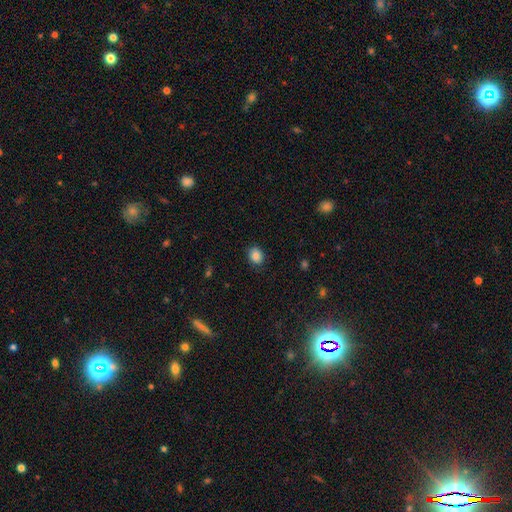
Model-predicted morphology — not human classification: smooth_or_featured: smooth (p=0.85) [alt: star or artifact p=0.10]
how_rounded: round (p=0.54) [alt: in between p=0.45]
merging: none (p=0.82) [alt: minor disturbance p=0.13]